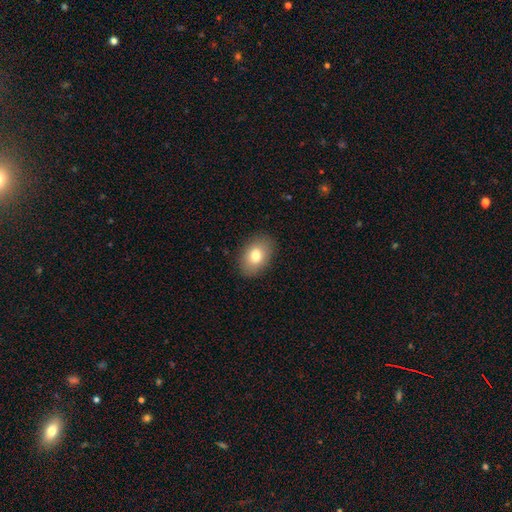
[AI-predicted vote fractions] Q: Smooth or featured?
A: smooth (79%); runner-up: featured or disk (13%)
Q: How rounded?
A: in between (85%); runner-up: round (14%)
Q: Merging?
A: none (87%); runner-up: minor disturbance (10%)